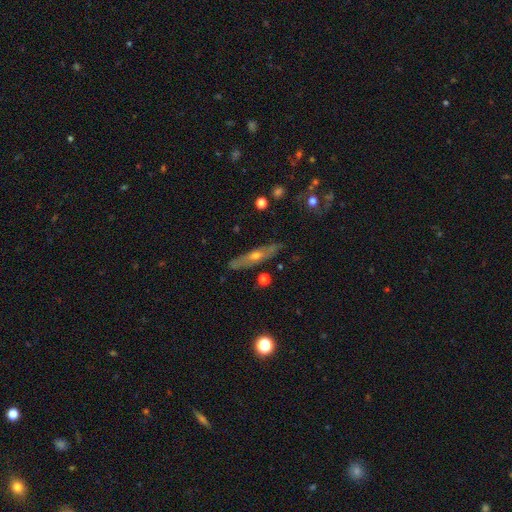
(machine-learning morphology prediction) A featured or disk galaxy (60%) viewed edge-on (73%).

Vote fractions:
- Smooth or featured? featured or disk: 60% / smooth: 33% / star or artifact: 7%
- Edge-on disk? yes: 73% / no: 27%
- Merging? none: 83% / minor disturbance: 13% / major disturbance: 2% / merger: 2%